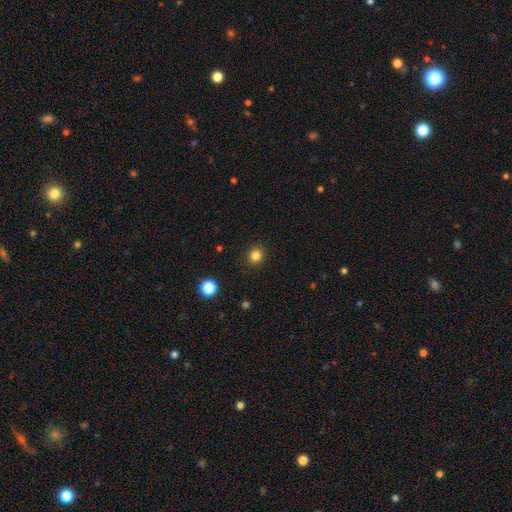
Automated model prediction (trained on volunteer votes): This is clearly a smooth galaxy (83%). How rounded: clearly round (90%). Merging: clearly none (91%).